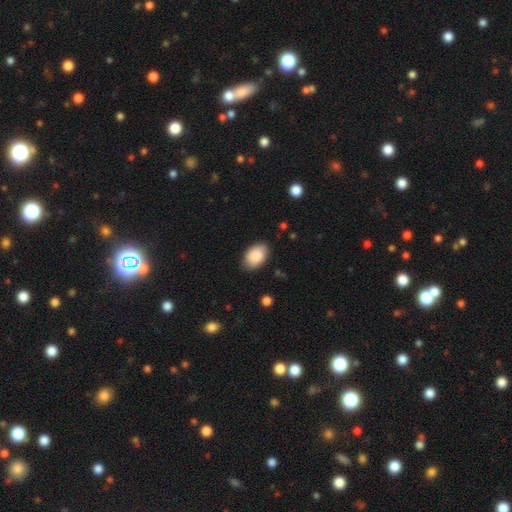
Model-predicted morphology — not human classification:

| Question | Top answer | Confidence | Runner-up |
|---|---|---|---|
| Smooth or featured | smooth | 89% | star or artifact (6%) |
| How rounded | in between | 91% | round (8%) |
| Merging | none | 82% | minor disturbance (14%) |